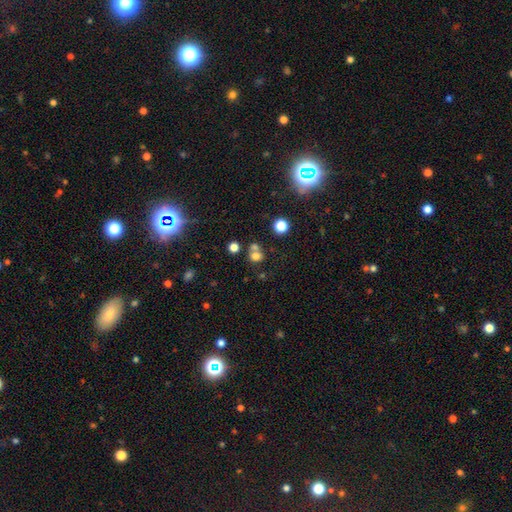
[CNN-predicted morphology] Q: Smooth or featured?
A: smooth (70%); runner-up: star or artifact (18%)
Q: How rounded?
A: round (76%); runner-up: in between (23%)
Q: Merging?
A: none (46%); runner-up: merger (41%)